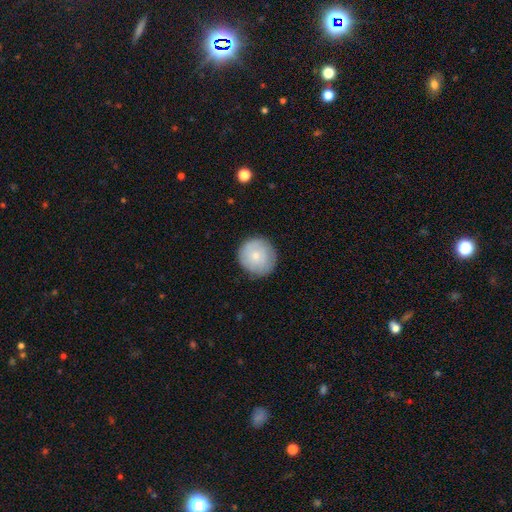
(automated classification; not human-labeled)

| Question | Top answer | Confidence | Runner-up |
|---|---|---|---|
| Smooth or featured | smooth | 74% | featured or disk (20%) |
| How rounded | round | 92% | in between (7%) |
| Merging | none | 84% | minor disturbance (12%) |